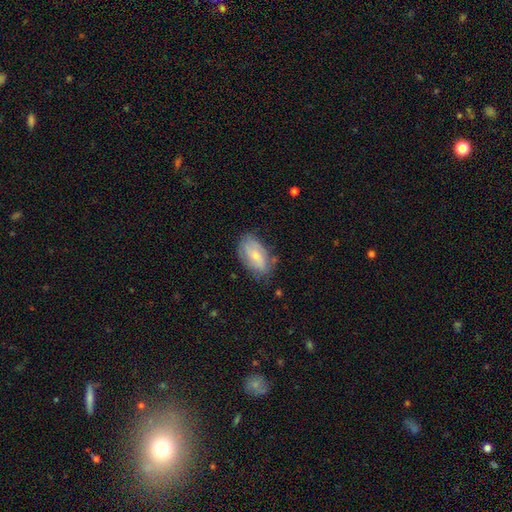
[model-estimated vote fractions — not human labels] Smooth or featured?
  - smooth: 56% *
  - featured or disk: 37%
  - star or artifact: 7%
How rounded?
  - in between: 92% *
  - round: 5%
  - cigar-shaped: 3%
Merging?
  - none: 68% *
  - minor disturbance: 24%
  - major disturbance: 6%
  - merger: 2%